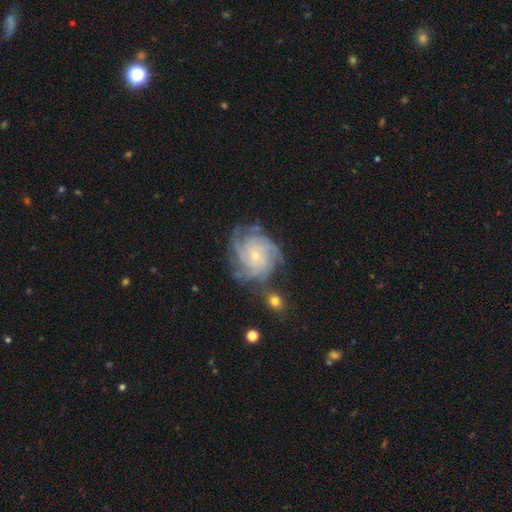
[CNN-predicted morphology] featured or disk 87%, smooth 6%, star or artifact 6%. Down the decision tree: edge-on disk — no (98%); bar — no (75%); spiral arms — yes (98%); spiral arm count — 4 (39%); spiral winding — tight (68%); bulge size — small (80%); merging — none (69%).